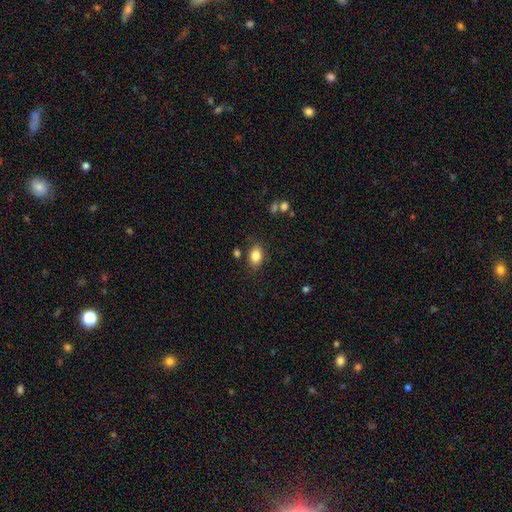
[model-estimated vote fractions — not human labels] The model was most divided on "how rounded": in between: 79%, round: 20%, cigar-shaped: 1%. More confident: smooth or featured — smooth (84%); merging — none (80%).